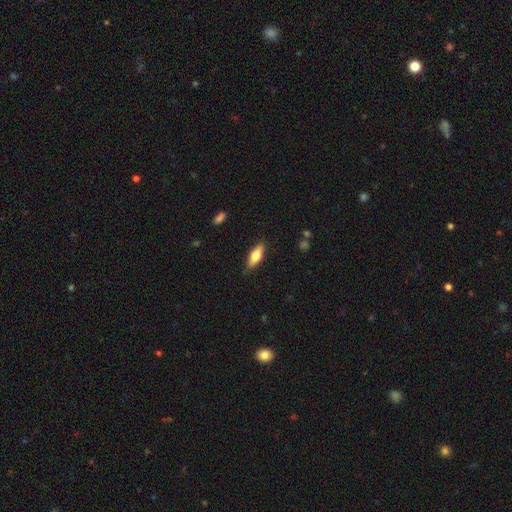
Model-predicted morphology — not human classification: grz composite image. It shows a smooth galaxy with no disk features (61%) that is in between round and cigar-shaped (62%). Merging: none (85%).